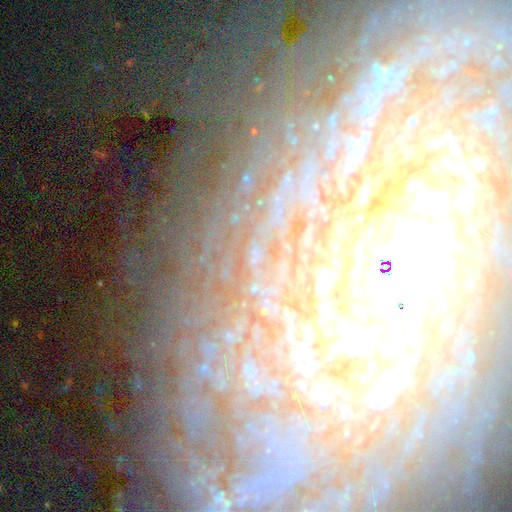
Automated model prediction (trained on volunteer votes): Q: Smooth or featured?
A: featured or disk (50%); runner-up: star or artifact (36%)
Q: Merging?
A: none (60%); runner-up: minor disturbance (18%)